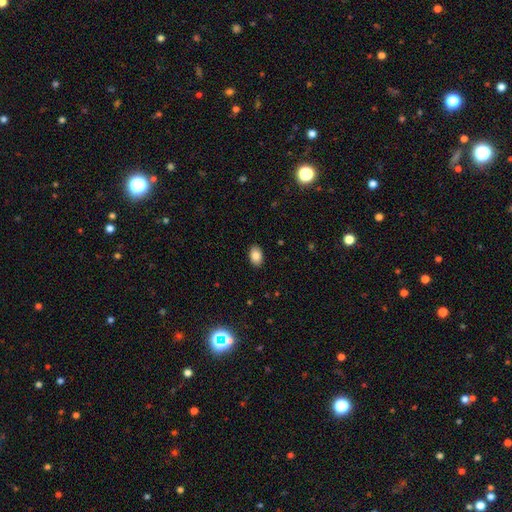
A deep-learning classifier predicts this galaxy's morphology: The model was most divided on "how rounded": in between: 87%, round: 12%, cigar-shaped: 1%. More confident: merging — none (89%); smooth or featured — smooth (85%).